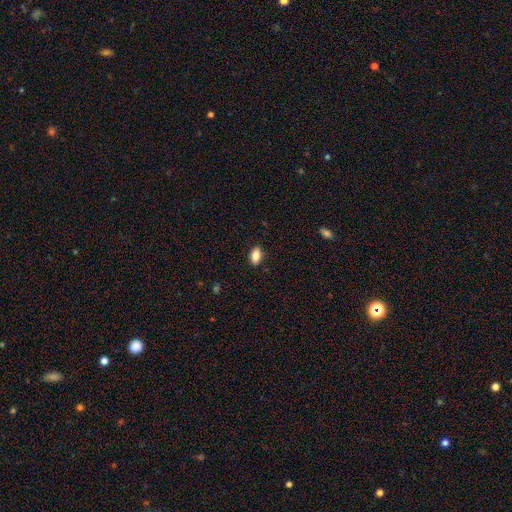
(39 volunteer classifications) Smooth or featured: smooth — 82% (featured or disk — 15%)
How rounded: in between — 91% (round — 6%)
Merging: none — 79% (minor disturbance — 16%)